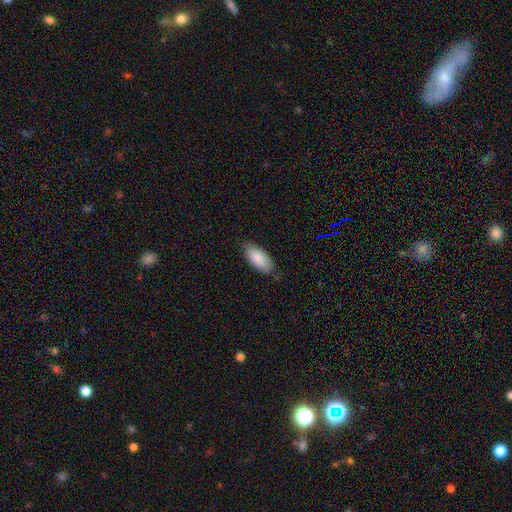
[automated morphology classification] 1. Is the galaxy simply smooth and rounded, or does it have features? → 88% smooth, 6% featured or disk, 6% star or artifact.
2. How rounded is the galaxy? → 89% in between, 9% cigar-shaped, 2% round.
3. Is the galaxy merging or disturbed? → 78% none, 18% minor disturbance, 3% major disturbance, 1% merger.